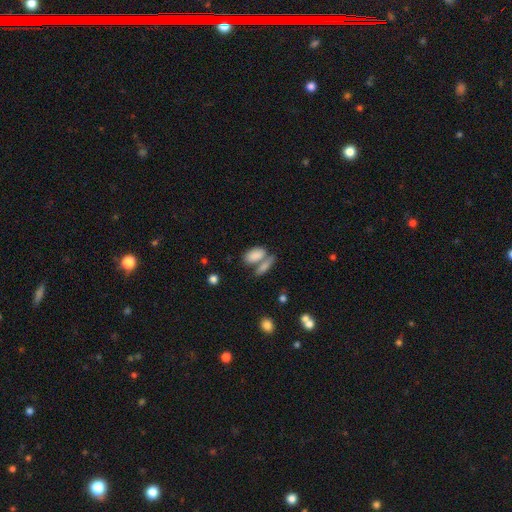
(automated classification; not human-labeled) smooth 83%, featured or disk 10%, star or artifact 7%. Down the decision tree: how rounded — in between (88%); merging — merger (44%).